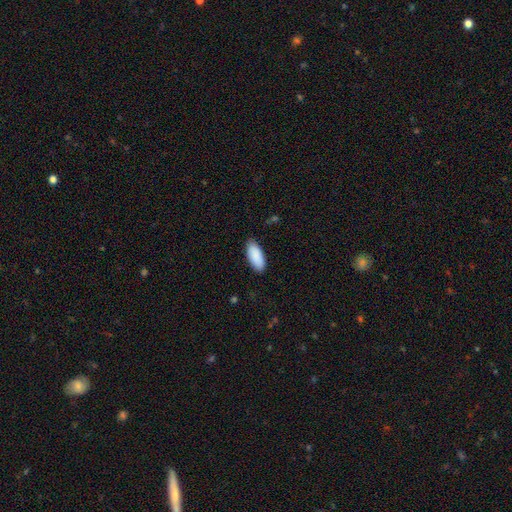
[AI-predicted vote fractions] A smooth galaxy with no disk features (91%) that is in between round and cigar-shaped (88%).

Vote fractions:
- Smooth or featured? smooth: 91% / star or artifact: 5% / featured or disk: 4%
- How rounded? in between: 88% / cigar-shaped: 11% / round: 1%
- Merging? none: 86% / minor disturbance: 11% / major disturbance: 2% / merger: 1%